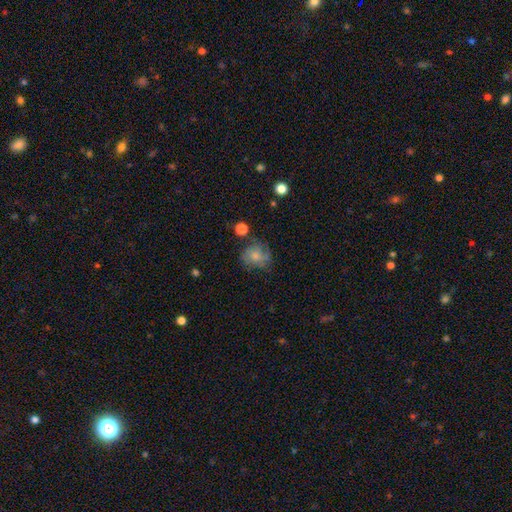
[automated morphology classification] Overall: smooth (59%; featured or disk 30%). How rounded: round (75%). Merging: none (58%; minor disturbance 24%).